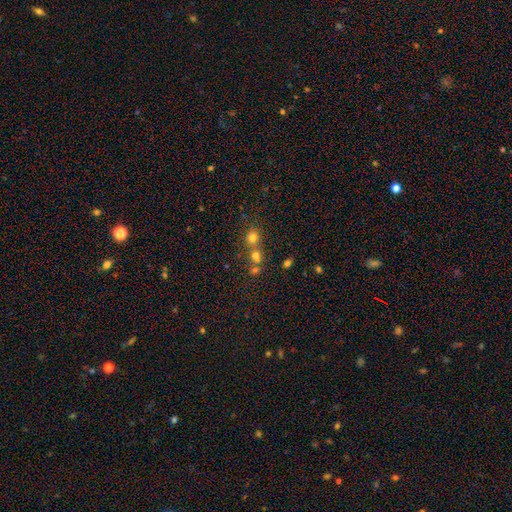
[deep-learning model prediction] A smooth galaxy with no disk features (62%) that is round (83%). Merging: none (46%).